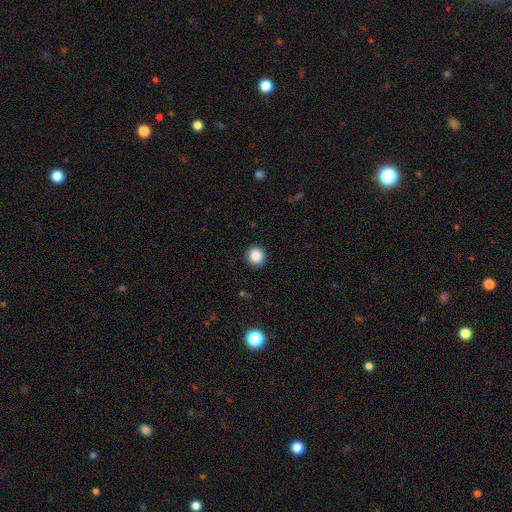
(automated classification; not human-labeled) Smooth or featured? Predicted: smooth (p=0.87). How rounded? Predicted: round (p=0.91). Merging? Predicted: none (p=0.91).